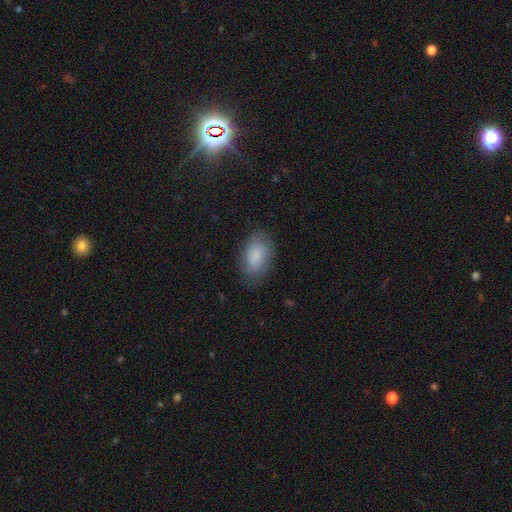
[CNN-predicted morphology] This is clearly a smooth galaxy (83%). How rounded: clearly in between (89%). Merging: likely none (77%).